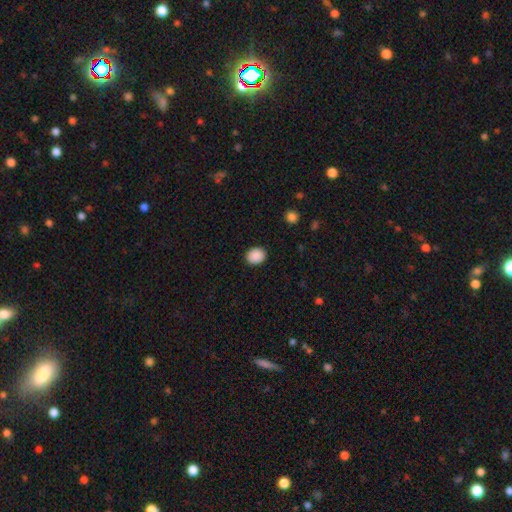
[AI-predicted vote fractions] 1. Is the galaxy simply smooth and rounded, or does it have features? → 90% smooth, 8% star or artifact, 2% featured or disk.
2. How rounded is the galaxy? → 56% round, 43% in between, 1% cigar-shaped.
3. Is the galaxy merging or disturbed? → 91% none, 6% minor disturbance, 2% major disturbance, 1% merger.